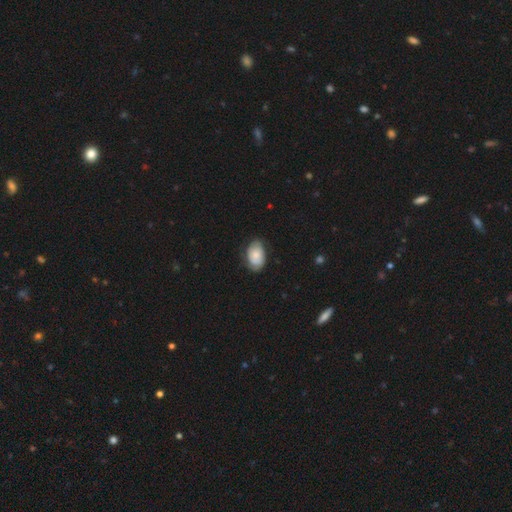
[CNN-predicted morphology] This appears to be a smooth galaxy with no disk features (60%) that is in between round and cigar-shaped (90%). Merging: none (71%).